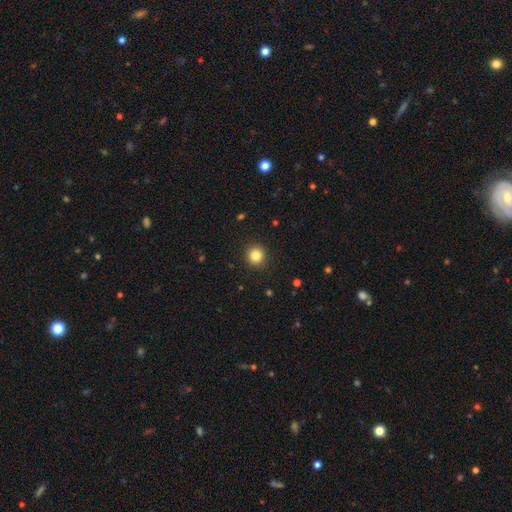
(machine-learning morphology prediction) This appears to be a smooth galaxy with no disk features (84%) that is round (94%). Merging: none (93%).